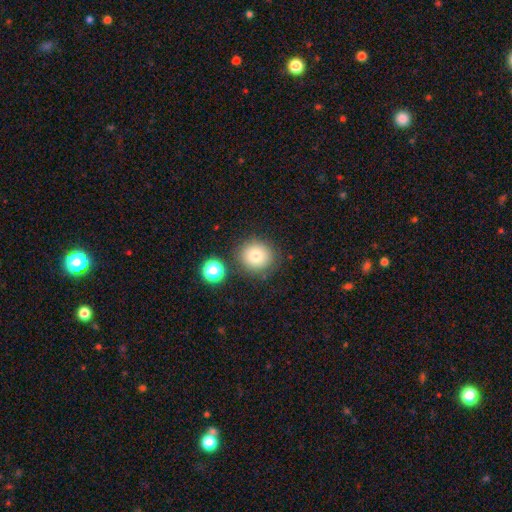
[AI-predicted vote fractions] smooth_or_featured: smooth (p=0.78) [alt: star or artifact p=0.12]
how_rounded: round (p=0.90) [alt: in between p=0.09]
merging: none (p=0.82) [alt: minor disturbance p=0.09]